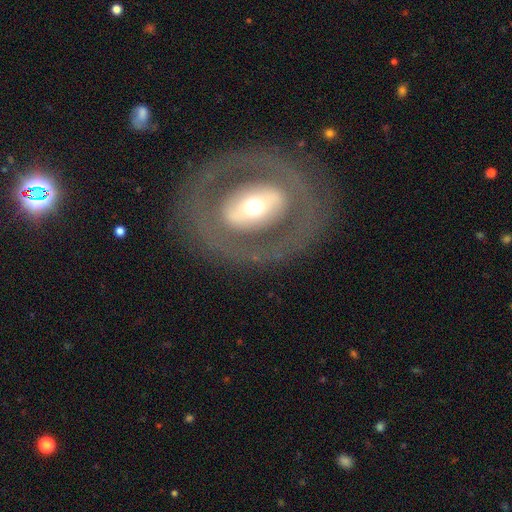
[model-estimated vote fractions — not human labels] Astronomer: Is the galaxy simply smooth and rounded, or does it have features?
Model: featured or disk — 69%.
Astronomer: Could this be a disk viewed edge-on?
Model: no — 92%.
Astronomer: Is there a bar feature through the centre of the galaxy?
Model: no — 45% (runner-up: strong, 31%).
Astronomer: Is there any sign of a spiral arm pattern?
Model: no — 79%.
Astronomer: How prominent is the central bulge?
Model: moderate — 59%.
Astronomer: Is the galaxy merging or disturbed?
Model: none — 81%.